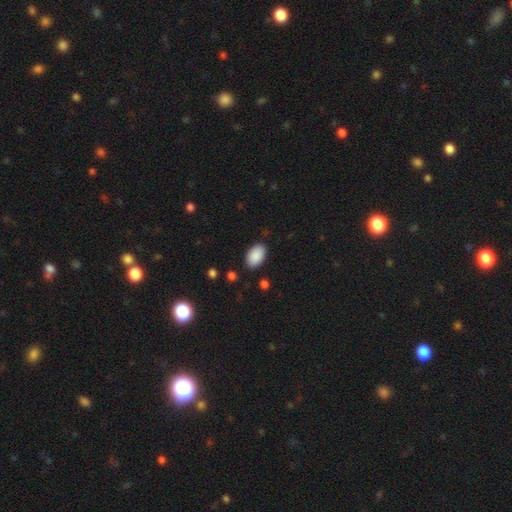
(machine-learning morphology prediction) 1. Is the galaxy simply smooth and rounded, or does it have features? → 90% smooth, 7% star or artifact, 4% featured or disk.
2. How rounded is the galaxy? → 93% in between, 5% round, 1% cigar-shaped.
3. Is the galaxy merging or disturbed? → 87% none, 9% minor disturbance, 2% major disturbance, 1% merger.